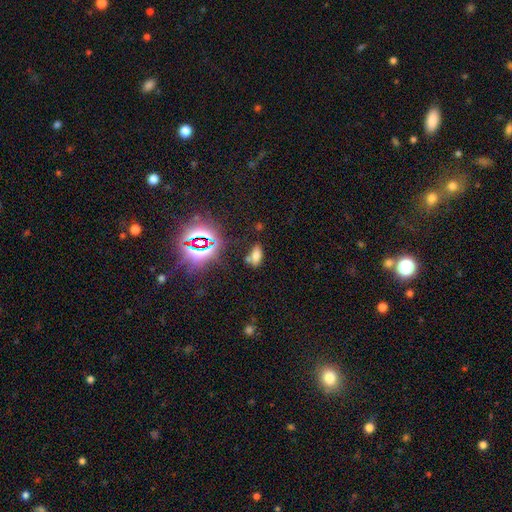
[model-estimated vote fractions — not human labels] smooth_or_featured: smooth (p=0.64) [alt: star or artifact p=0.26]
how_rounded: in between (p=0.86) [alt: cigar-shaped p=0.09]
merging: none (p=0.66) [alt: minor disturbance p=0.14]